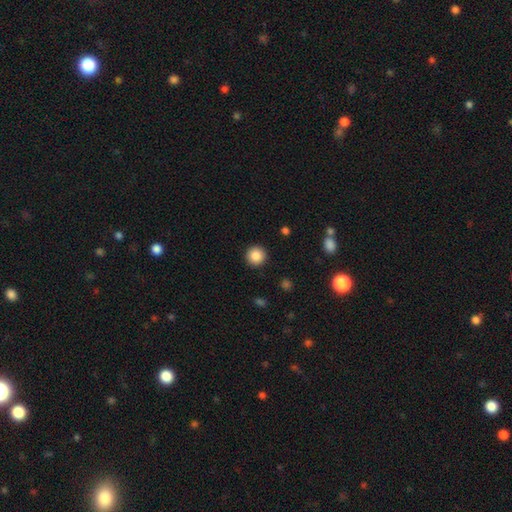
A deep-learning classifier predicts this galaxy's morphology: Overall: smooth (86%). How rounded: round (96%). Merging: none (93%).